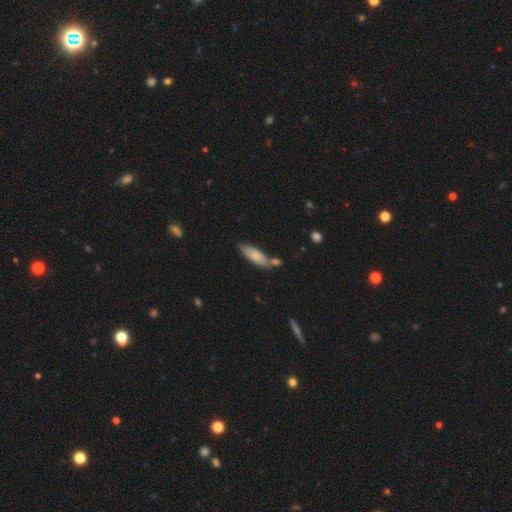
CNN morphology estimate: type=smooth (78%); roundness=in between (59%); merging=none (59%).